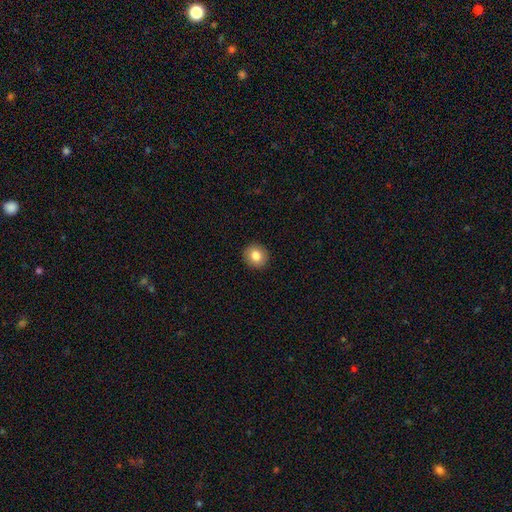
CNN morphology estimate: The model was most divided on "smooth or featured": smooth: 82%, featured or disk: 9%, star or artifact: 9%. More confident: merging — none (92%); how rounded — round (87%).